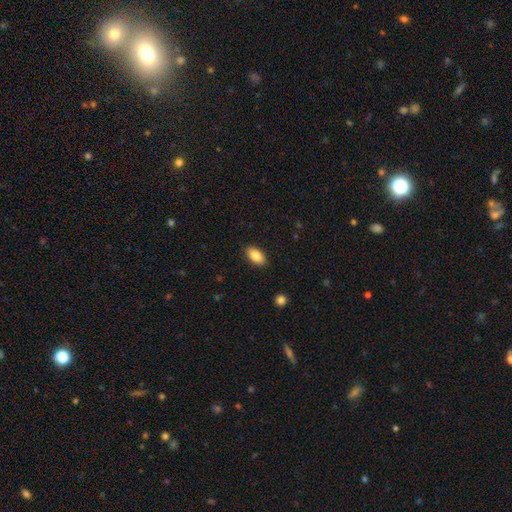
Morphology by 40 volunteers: This appears to be a smooth galaxy with no disk features (88%) that is in between round and cigar-shaped (89%). Merging: none (86%).